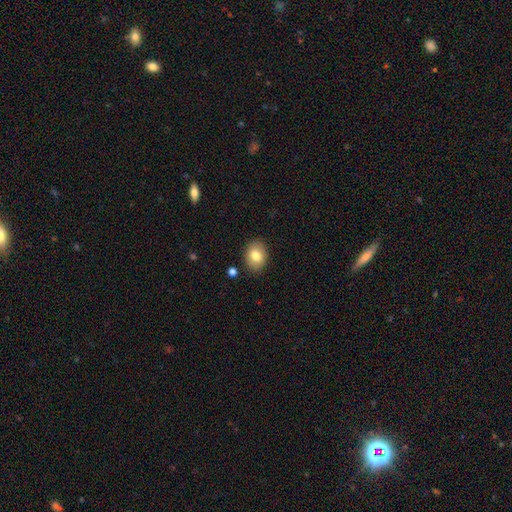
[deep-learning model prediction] Smooth or featured: smooth — 80% (featured or disk — 12%)
How rounded: in between — 69% (round — 30%)
Merging: none — 86% (minor disturbance — 9%)